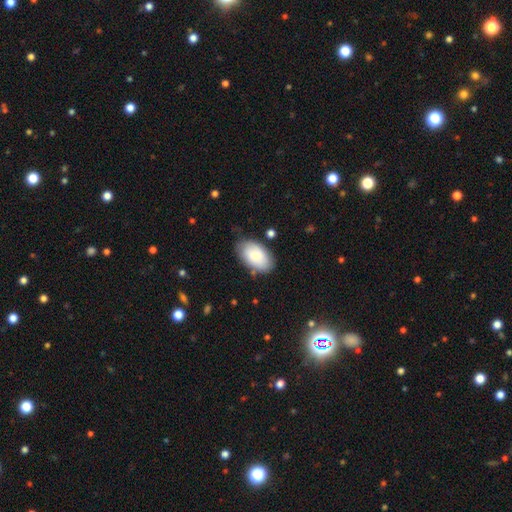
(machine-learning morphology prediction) smooth 81%, featured or disk 13%, star or artifact 6%. Down the decision tree: how rounded — in between (94%); merging — none (75%).